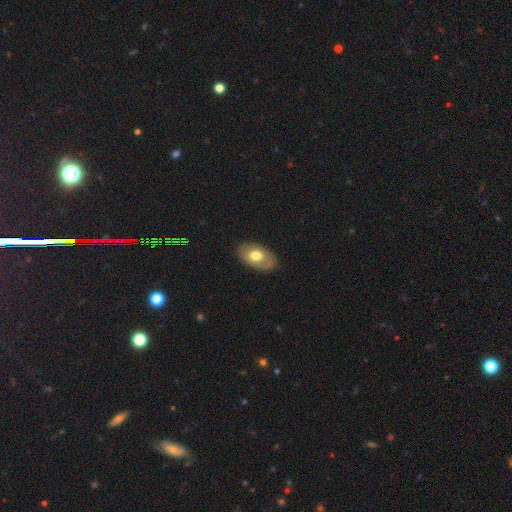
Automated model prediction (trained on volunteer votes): A smooth galaxy with no disk features (62%) that is in between round and cigar-shaped (90%).

Vote fractions:
- Smooth or featured? smooth: 62% / featured or disk: 32% / star or artifact: 6%
- How rounded? in between: 90% / round: 8% / cigar-shaped: 1%
- Merging? none: 82% / minor disturbance: 14% / major disturbance: 3% / merger: 1%